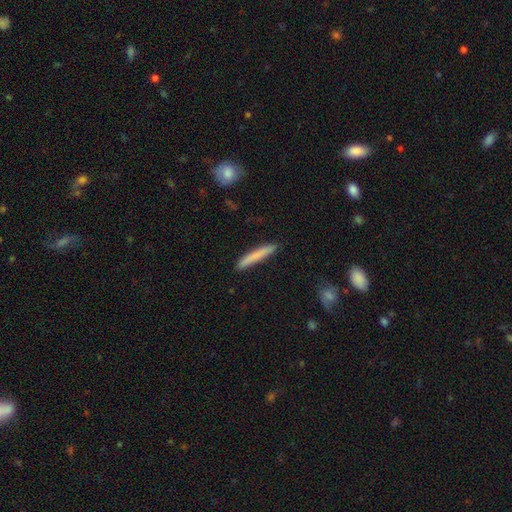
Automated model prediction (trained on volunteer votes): This appears to be a smooth galaxy with no disk features (74%) that is cigar-shaped (96%). Merging: none (90%).